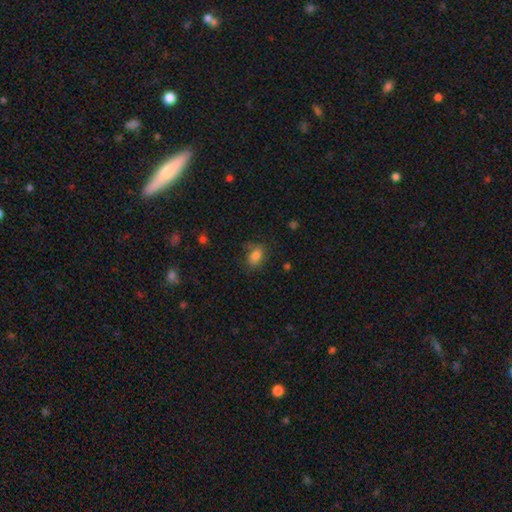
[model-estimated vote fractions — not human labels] smooth-or-featured: smooth: 82% | star or artifact: 10% | featured or disk: 8%
  how-rounded: in between: 80% | round: 18% | cigar-shaped: 2%
  merging: none: 74% | minor disturbance: 18% | major disturbance: 6% | merger: 2%